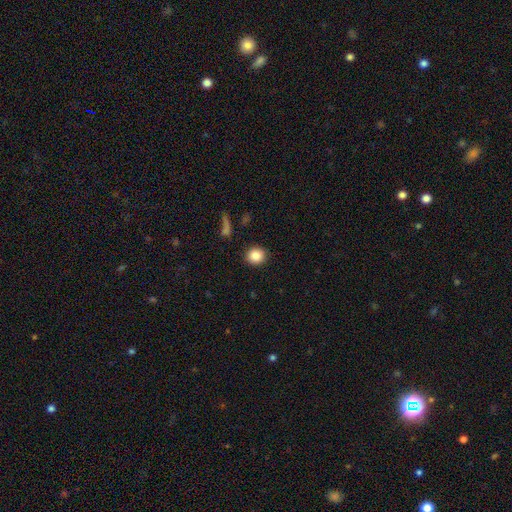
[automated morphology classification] A smooth galaxy with no disk features (86%) that is round (87%). Merging: none (90%).